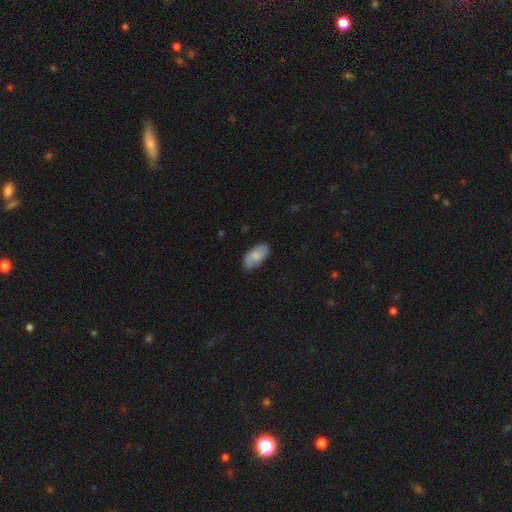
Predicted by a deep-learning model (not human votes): Smooth or featured?
  - smooth: 72% *
  - featured or disk: 21%
  - star or artifact: 6%
How rounded?
  - in between: 94% *
  - cigar-shaped: 4%
  - round: 3%
Merging?
  - none: 78% *
  - minor disturbance: 18%
  - major disturbance: 3%
  - merger: 1%